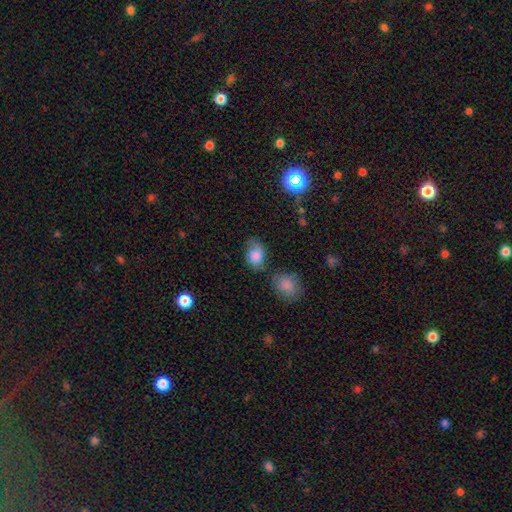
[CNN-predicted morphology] Overall: smooth (78%). How rounded: in between (68%; round 30%). Merging: none (51%; minor disturbance 29%).